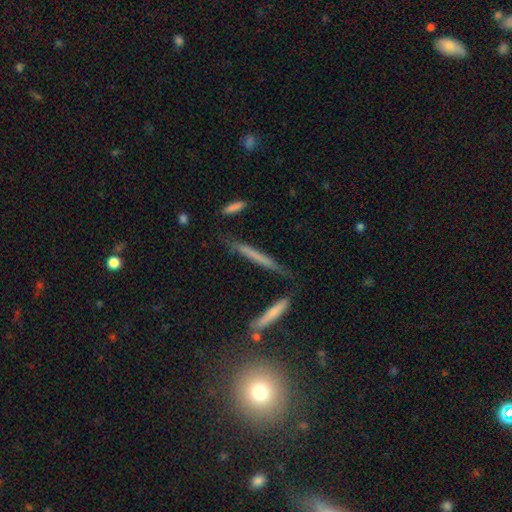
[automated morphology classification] Overall: smooth (53%; featured or disk 38%). How rounded: cigar-shaped (94%). Merging: none (78%).